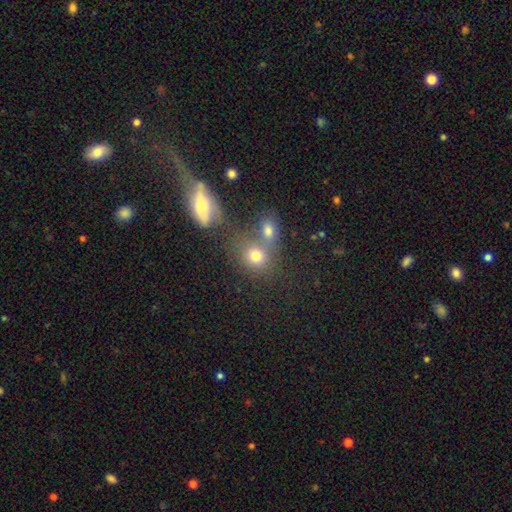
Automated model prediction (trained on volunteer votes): Smooth or featured?
  - smooth: 74% *
  - star or artifact: 15%
  - featured or disk: 10%
How rounded?
  - round: 73% *
  - in between: 26%
  - cigar-shaped: 1%
Merging?
  - none: 46% *
  - merger: 39%
  - minor disturbance: 9%
  - major disturbance: 6%